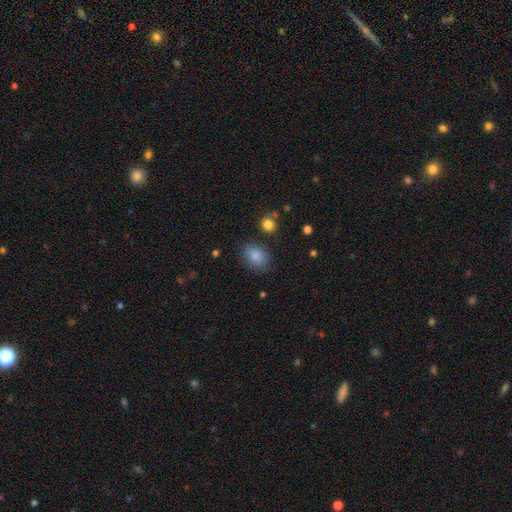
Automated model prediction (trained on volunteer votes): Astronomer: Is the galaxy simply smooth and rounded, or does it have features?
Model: smooth — 85%.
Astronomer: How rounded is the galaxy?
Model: in between — 63%.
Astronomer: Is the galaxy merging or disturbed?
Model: none — 79%.